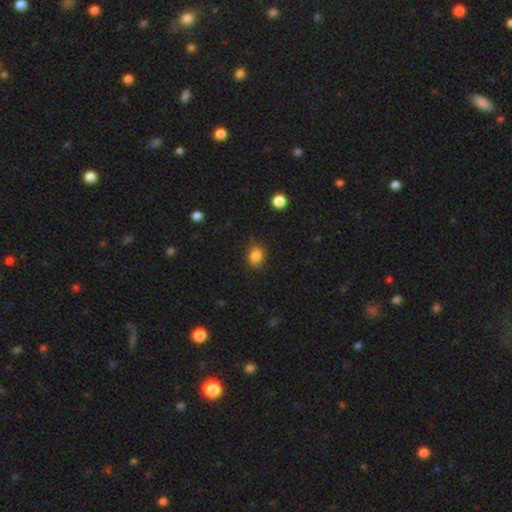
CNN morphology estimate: Smooth or featured? smooth (84%)
How rounded? in between (54%)
Merging? none (79%)